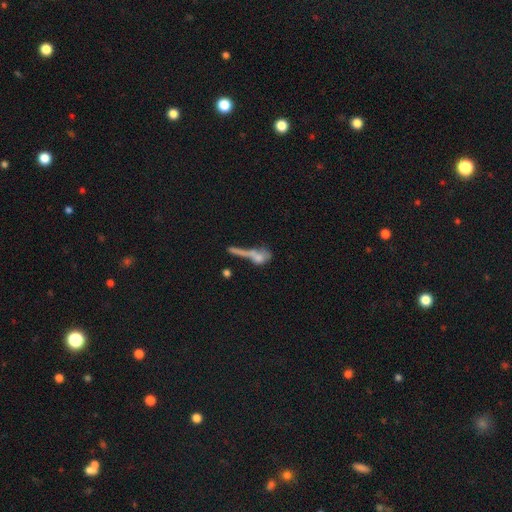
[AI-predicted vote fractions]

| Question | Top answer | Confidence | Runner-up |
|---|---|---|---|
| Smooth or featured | smooth | 53% | featured or disk (34%) |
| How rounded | cigar-shaped | 41% | in between (37%) |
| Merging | merger | 37% | none (25%) |